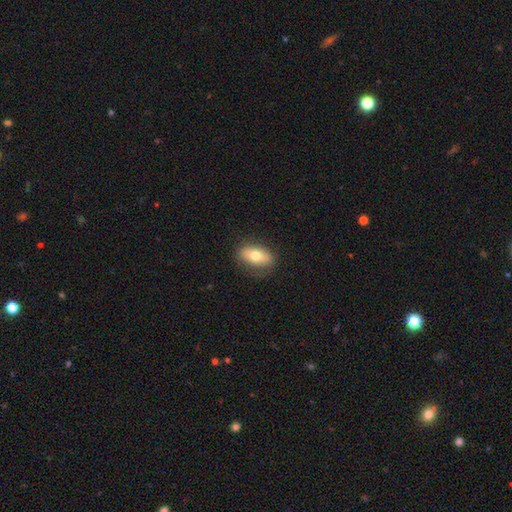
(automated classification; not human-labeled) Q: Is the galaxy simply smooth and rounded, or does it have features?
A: smooth — 67%.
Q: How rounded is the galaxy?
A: in between — 85%.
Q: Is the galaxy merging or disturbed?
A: none — 79%.